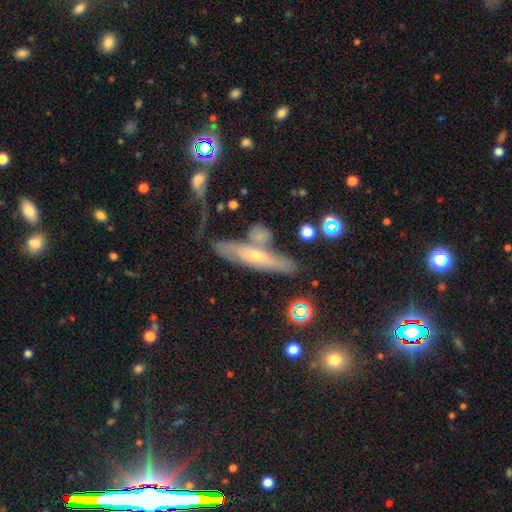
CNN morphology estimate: featured or disk 59%, smooth 32%, star or artifact 9%. Down the decision tree: edge-on disk — yes (68%); merging — none (52%).